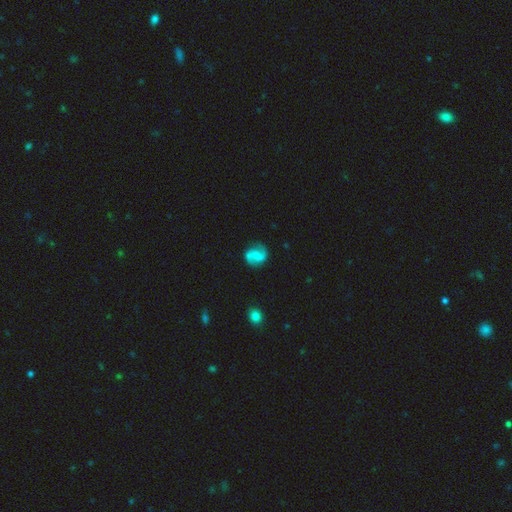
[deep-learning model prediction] Q: Smooth or featured?
A: featured or disk (82%); runner-up: smooth (12%)
Q: Edge-on disk?
A: no (98%); runner-up: yes (2%)
Q: Bar?
A: weak (45%); runner-up: no (41%)
Q: Spiral arms?
A: yes (96%); runner-up: no (4%)
Q: Spiral winding?
A: medium (49%); runner-up: loose (36%)
Q: Spiral arm count?
A: 2 (92%); runner-up: can't tell (3%)
Q: Bulge size?
A: none (40%); runner-up: small (38%)
Q: Merging?
A: none (79%); runner-up: minor disturbance (14%)